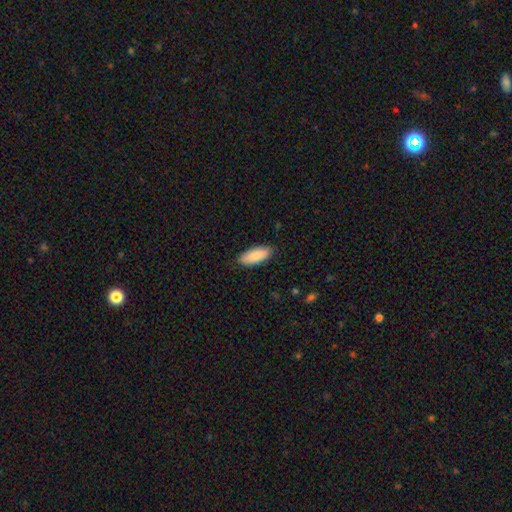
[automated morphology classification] Smooth or featured?
  - smooth: 88% *
  - featured or disk: 7%
  - star or artifact: 6%
How rounded?
  - in between: 81% *
  - cigar-shaped: 18%
  - round: 2%
Merging?
  - none: 87% *
  - minor disturbance: 10%
  - major disturbance: 2%
  - merger: 1%